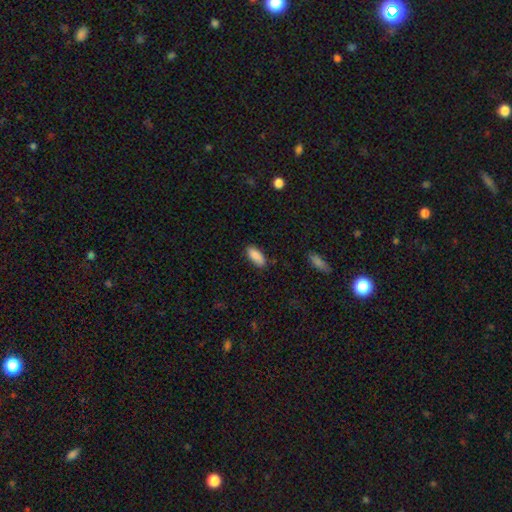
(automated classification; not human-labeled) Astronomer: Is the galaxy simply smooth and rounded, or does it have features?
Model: smooth — 88%.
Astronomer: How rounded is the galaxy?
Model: in between — 87%.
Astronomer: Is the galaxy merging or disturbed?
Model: none — 81%.